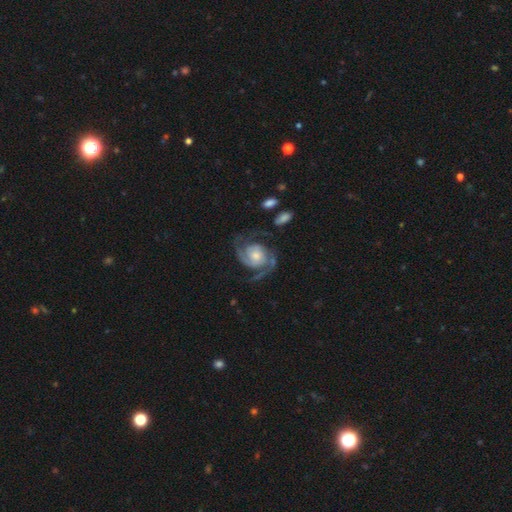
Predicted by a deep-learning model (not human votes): This is clearly a featured or disk galaxy (91%). It is clearly not viewed edge-on (98%). Bar: likely no (72%). Spiral arm pattern: clearly yes (98%). Spiral arm count: clearly 2 (82%). Spiral winding: possibly medium (46%). Central bulge: possibly moderate (46%). Merging: likely none (68%).